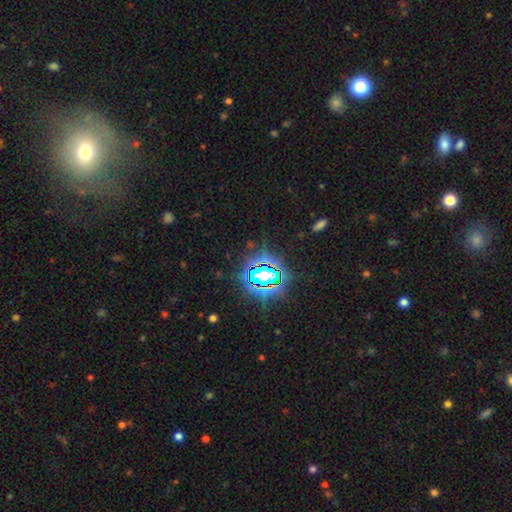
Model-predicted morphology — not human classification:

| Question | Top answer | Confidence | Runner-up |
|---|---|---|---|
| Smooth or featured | star or artifact | 76% | smooth (14%) |